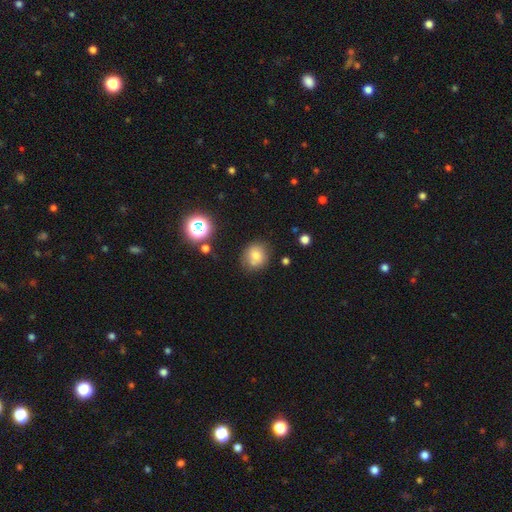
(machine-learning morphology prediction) Smooth or featured: smooth — 74% (star or artifact — 14%)
How rounded: round — 81% (in between — 18%)
Merging: none — 72% (minor disturbance — 15%)